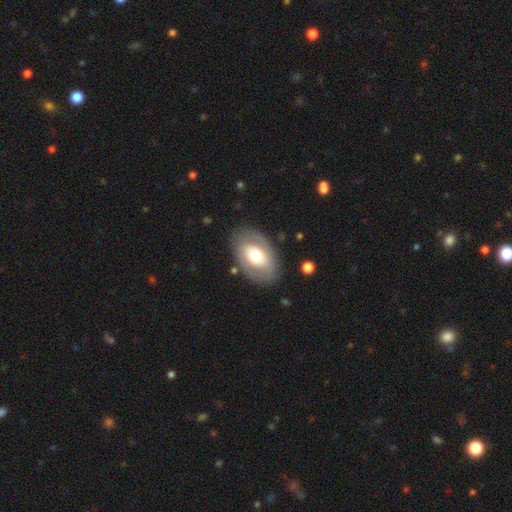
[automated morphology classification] smooth 48%, featured or disk 46%, star or artifact 6%. Down the decision tree: merging — none (80%).